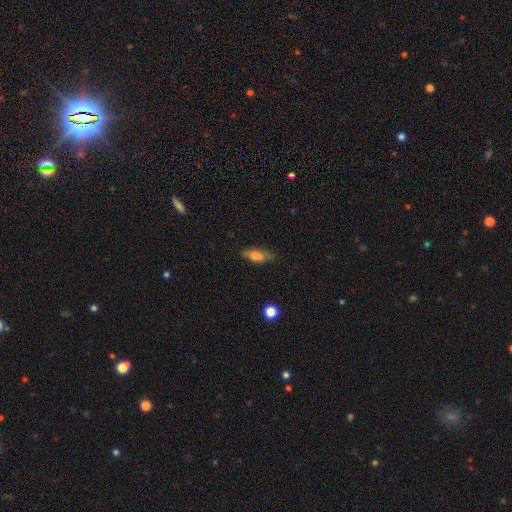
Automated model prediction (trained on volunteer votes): Q: Smooth or featured?
A: smooth (69%); runner-up: featured or disk (22%)
Q: How rounded?
A: in between (60%); runner-up: cigar-shaped (36%)
Q: Merging?
A: none (71%); runner-up: minor disturbance (21%)